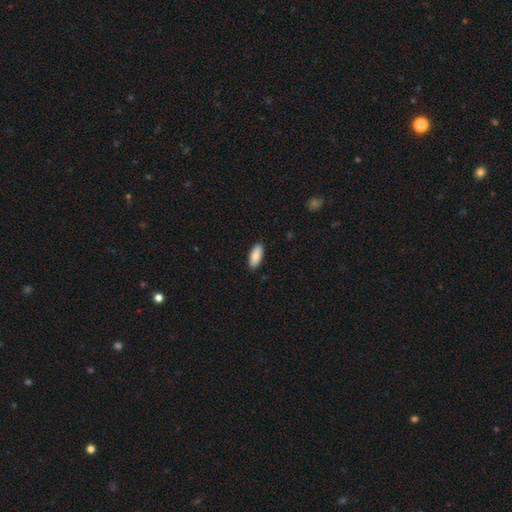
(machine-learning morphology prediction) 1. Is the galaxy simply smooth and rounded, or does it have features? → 87% smooth, 7% featured or disk, 6% star or artifact.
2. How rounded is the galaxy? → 85% in between, 13% cigar-shaped, 2% round.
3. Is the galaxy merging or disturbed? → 89% none, 8% minor disturbance, 2% major disturbance, 1% merger.